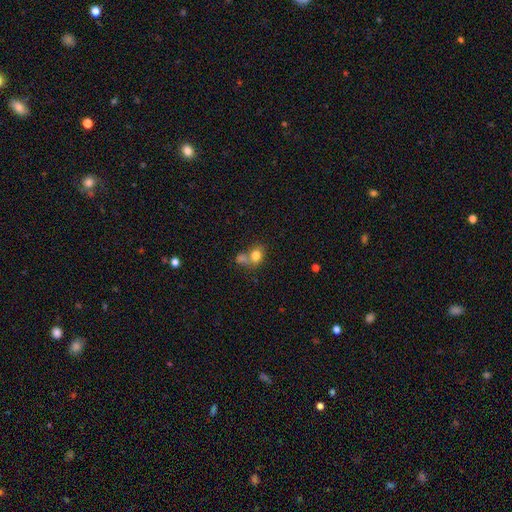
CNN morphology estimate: This appears to be a smooth galaxy with no disk features (79%) that is round (56%). Merging: merger (45%).